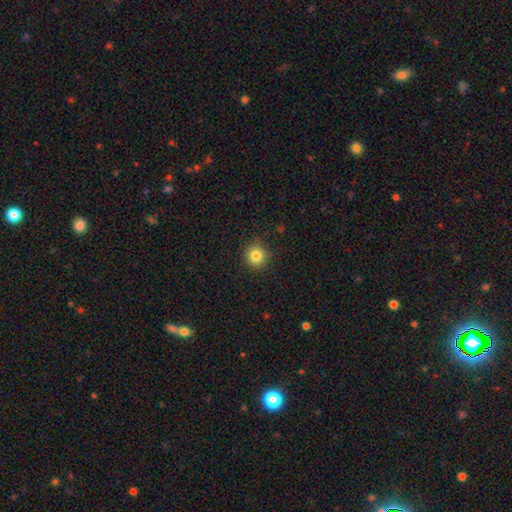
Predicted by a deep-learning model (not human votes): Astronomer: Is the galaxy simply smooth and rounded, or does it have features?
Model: smooth — 83%.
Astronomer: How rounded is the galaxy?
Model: round — 91%.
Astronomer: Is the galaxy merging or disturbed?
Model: none — 90%.